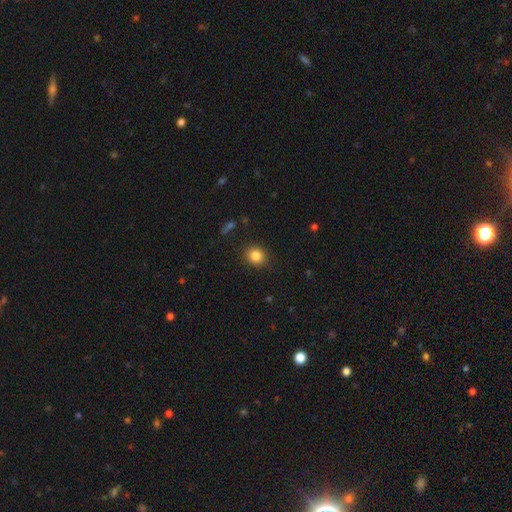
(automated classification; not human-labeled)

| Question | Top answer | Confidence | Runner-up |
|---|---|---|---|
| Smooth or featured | smooth | 83% | star or artifact (11%) |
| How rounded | round | 79% | in between (20%) |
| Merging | none | 89% | minor disturbance (7%) |